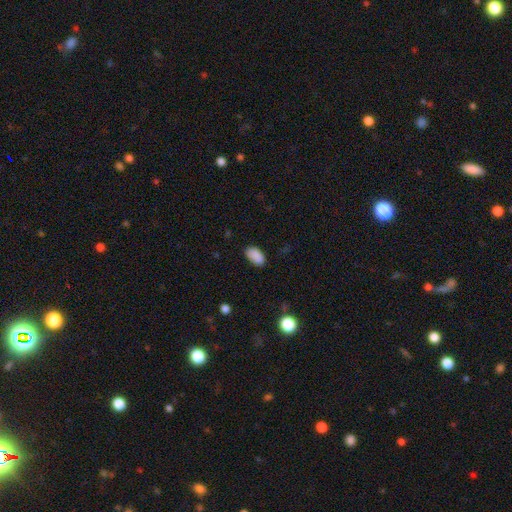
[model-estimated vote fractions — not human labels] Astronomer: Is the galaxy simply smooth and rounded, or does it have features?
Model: smooth — 89%.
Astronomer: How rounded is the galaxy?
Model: in between — 93%.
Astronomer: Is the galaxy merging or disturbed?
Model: none — 82%.